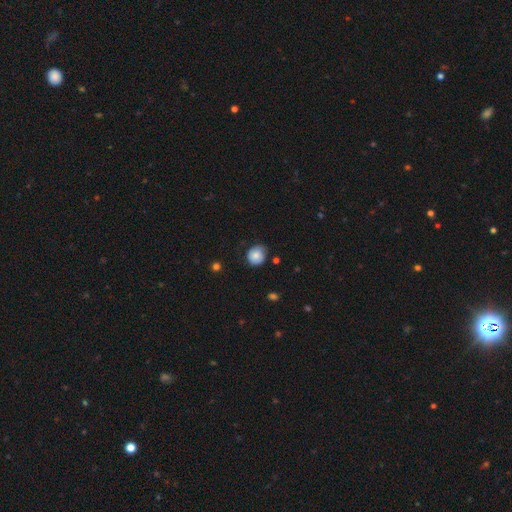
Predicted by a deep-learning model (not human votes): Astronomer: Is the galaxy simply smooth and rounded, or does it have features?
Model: smooth — 79%.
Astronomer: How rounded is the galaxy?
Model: round — 82%.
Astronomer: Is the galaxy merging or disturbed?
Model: none — 70%.